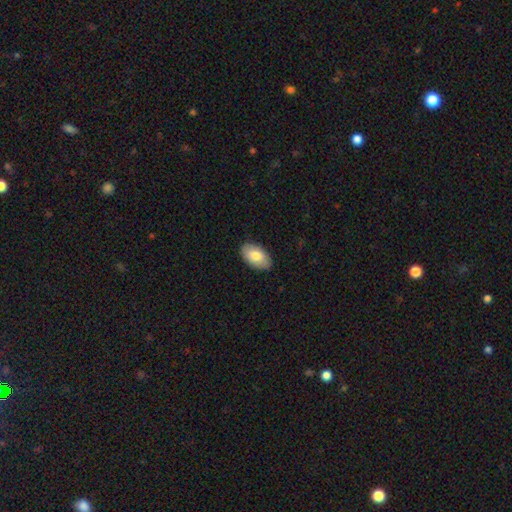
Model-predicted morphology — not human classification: Smooth or featured?
  - smooth: 78% *
  - featured or disk: 16%
  - star or artifact: 6%
How rounded?
  - in between: 95% *
  - round: 4%
  - cigar-shaped: 1%
Merging?
  - none: 88% *
  - minor disturbance: 10%
  - major disturbance: 2%
  - merger: 1%